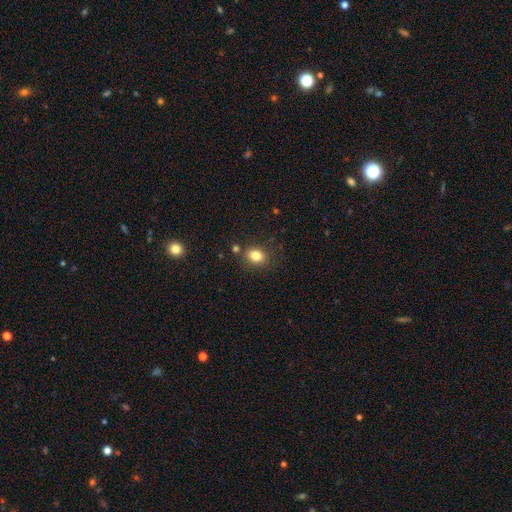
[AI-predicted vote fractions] Q: Smooth or featured?
A: smooth (82%); runner-up: star or artifact (11%)
Q: How rounded?
A: in between (53%); runner-up: round (46%)
Q: Merging?
A: none (78%); runner-up: minor disturbance (12%)